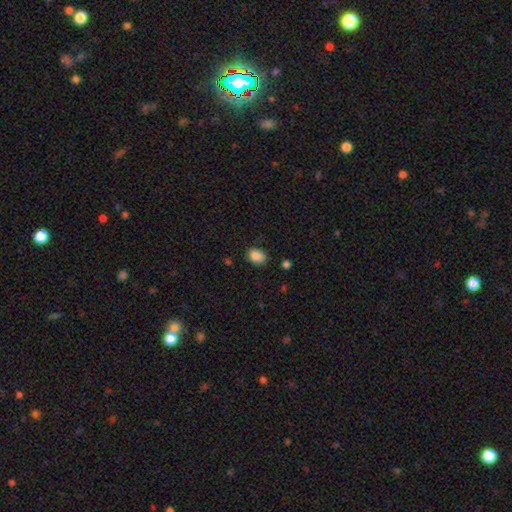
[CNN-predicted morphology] Smooth or featured: smooth — 87% (star or artifact — 9%)
How rounded: in between — 67% (round — 32%)
Merging: none — 78% (minor disturbance — 17%)